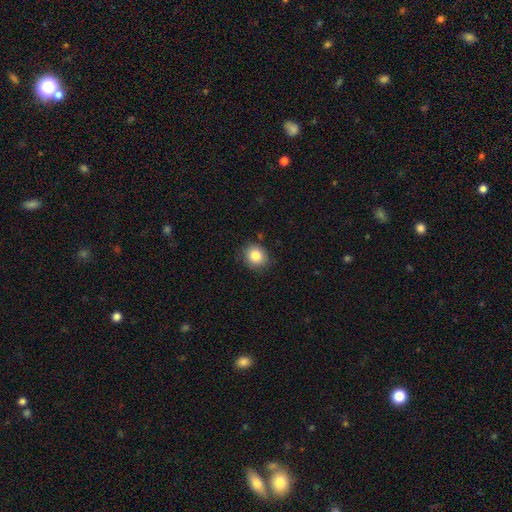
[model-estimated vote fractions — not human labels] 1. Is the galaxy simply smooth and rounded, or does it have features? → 84% smooth, 10% star or artifact, 6% featured or disk.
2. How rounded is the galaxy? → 78% round, 22% in between, 1% cigar-shaped.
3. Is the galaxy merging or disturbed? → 84% none, 12% minor disturbance, 3% major disturbance, 1% merger.